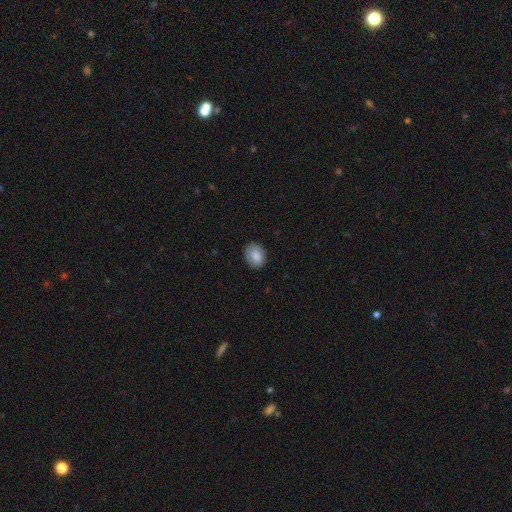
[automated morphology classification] Q: Smooth or featured?
A: smooth (86%); runner-up: star or artifact (7%)
Q: How rounded?
A: in between (62%); runner-up: round (37%)
Q: Merging?
A: none (83%); runner-up: minor disturbance (13%)